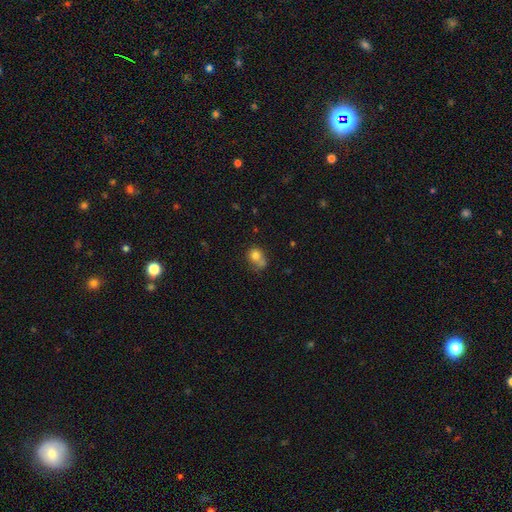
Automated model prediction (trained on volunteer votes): A smooth galaxy with no disk features (76%) that is round (63%).

Vote fractions:
- Smooth or featured? smooth: 76% / featured or disk: 13% / star or artifact: 11%
- How rounded? round: 63% / in between: 35% / cigar-shaped: 1%
- Merging? none: 39% / merger: 29% / minor disturbance: 21% / major disturbance: 11%